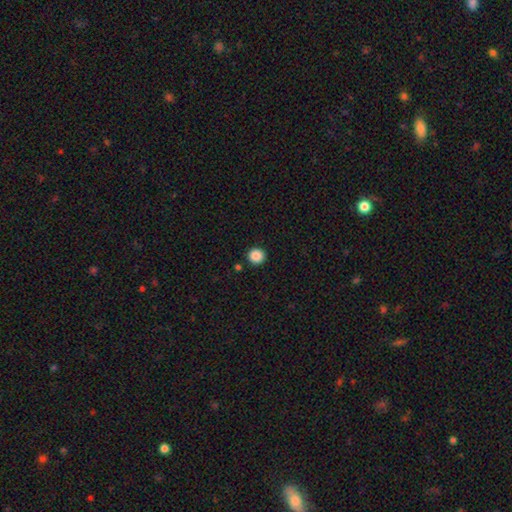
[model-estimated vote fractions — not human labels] Overall: smooth (88%). How rounded: round (93%). Merging: none (91%).